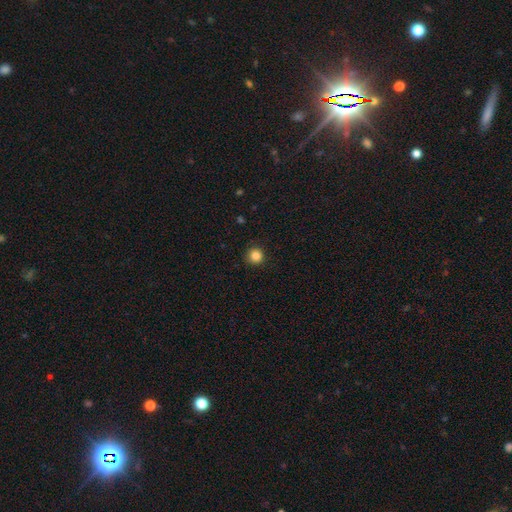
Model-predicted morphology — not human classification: This is clearly a smooth galaxy (85%). How rounded: clearly round (95%). Merging: clearly none (91%).